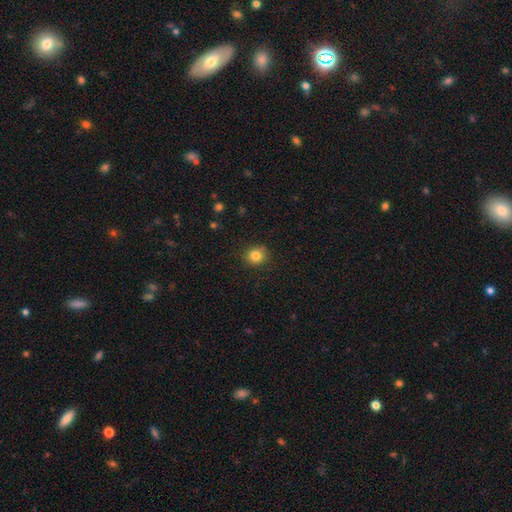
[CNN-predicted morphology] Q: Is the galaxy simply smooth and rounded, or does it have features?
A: smooth — 83%.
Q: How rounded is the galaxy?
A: round — 84%.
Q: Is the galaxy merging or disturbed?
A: none — 88%.